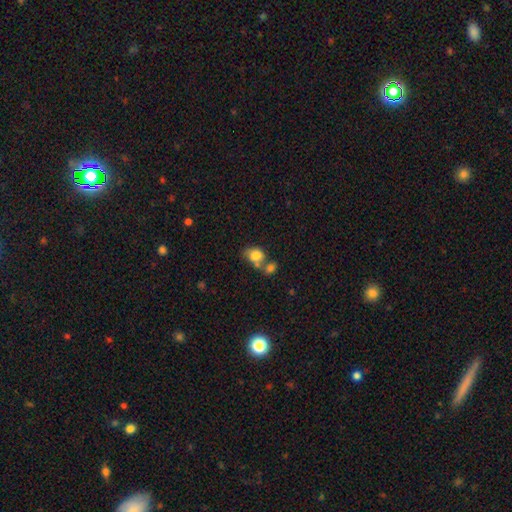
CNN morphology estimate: A smooth galaxy with no disk features (77%) that is in between round and cigar-shaped (54%). Merging: merger (49%).